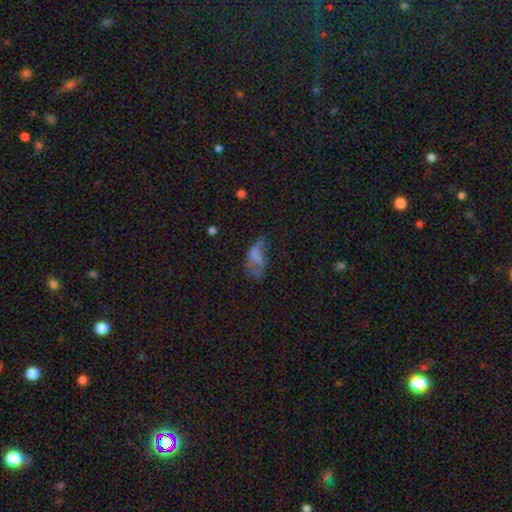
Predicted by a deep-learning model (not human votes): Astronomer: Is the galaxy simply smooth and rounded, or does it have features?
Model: smooth — 44% (runner-up: featured or disk, 38%).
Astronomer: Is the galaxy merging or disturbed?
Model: major disturbance — 46% (runner-up: none, 26%).